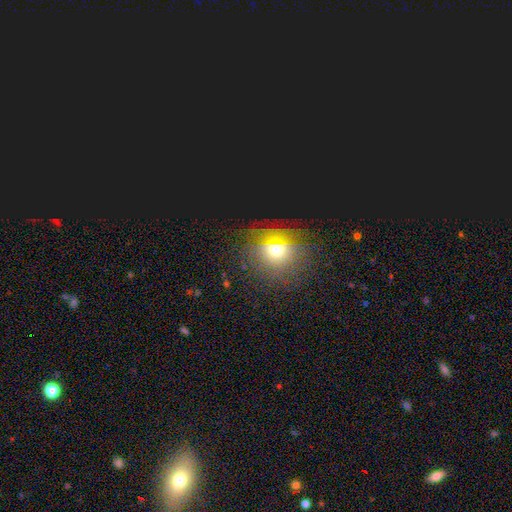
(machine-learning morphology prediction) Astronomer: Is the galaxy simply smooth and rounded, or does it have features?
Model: smooth — 47% (runner-up: star or artifact, 39%).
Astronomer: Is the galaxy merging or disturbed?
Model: none — 85%.